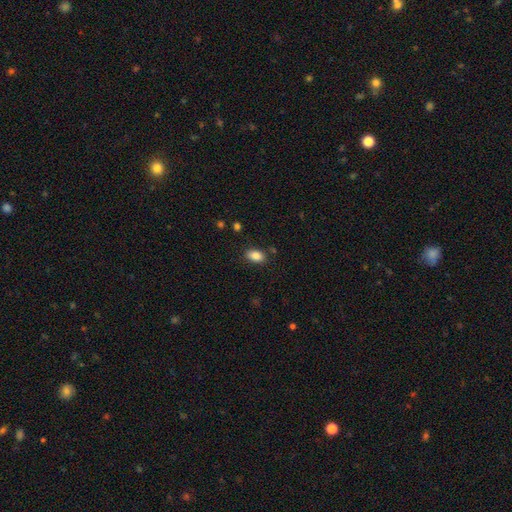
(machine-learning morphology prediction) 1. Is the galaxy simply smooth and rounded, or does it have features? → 86% smooth, 8% star or artifact, 6% featured or disk.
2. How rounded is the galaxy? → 90% in between, 8% round, 2% cigar-shaped.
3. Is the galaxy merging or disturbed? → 84% none, 11% minor disturbance, 3% major disturbance, 3% merger.